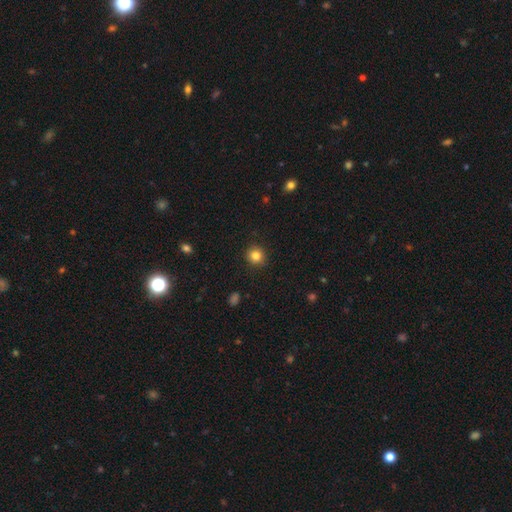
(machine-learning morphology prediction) Smooth or featured? Predicted: smooth (p=0.83). How rounded? Predicted: round (p=0.90). Merging? Predicted: none (p=0.91).